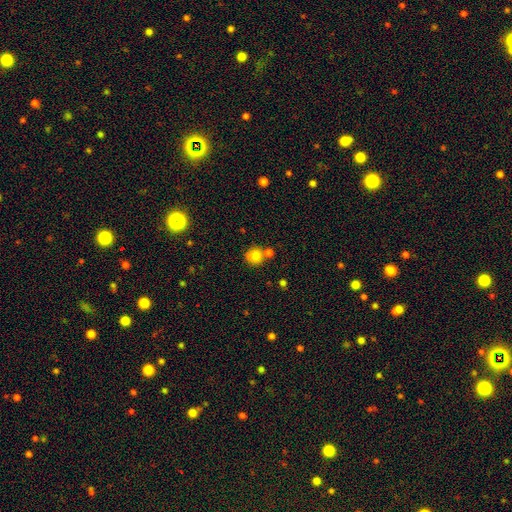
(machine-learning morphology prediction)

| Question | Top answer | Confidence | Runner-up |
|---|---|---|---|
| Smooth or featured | smooth | 78% | star or artifact (12%) |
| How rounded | round | 87% | in between (12%) |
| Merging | none | 59% | merger (25%) |